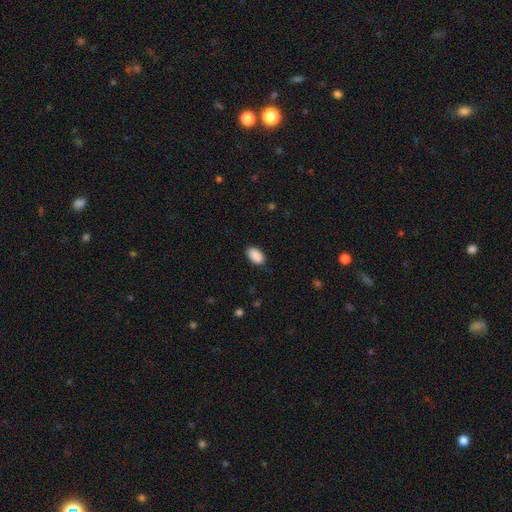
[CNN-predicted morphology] smooth_or_featured: smooth (p=0.91) [alt: star or artifact p=0.07]
how_rounded: in between (p=0.94) [alt: round p=0.05]
merging: none (p=0.86) [alt: minor disturbance p=0.11]